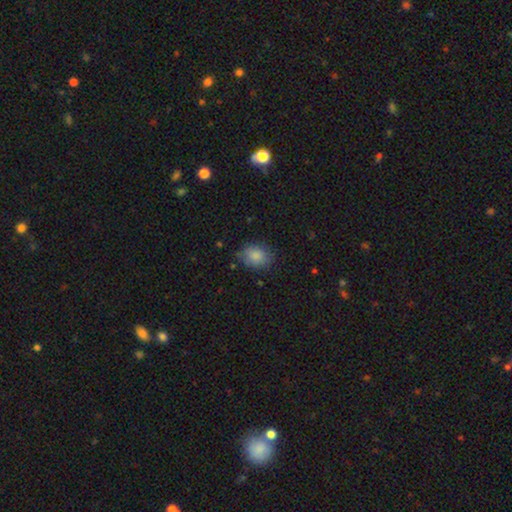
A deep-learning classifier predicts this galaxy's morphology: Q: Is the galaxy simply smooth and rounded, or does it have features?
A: smooth — 85%.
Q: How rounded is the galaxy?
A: in between — 57%.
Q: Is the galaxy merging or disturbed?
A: none — 79%.